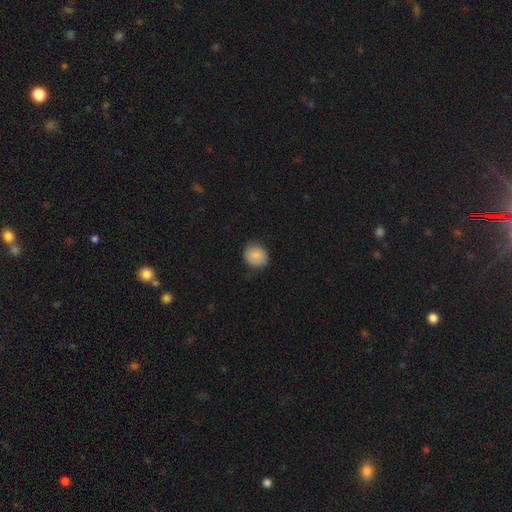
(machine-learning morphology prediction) type=smooth (83%); roundness=round (74%); merging=none (78%).